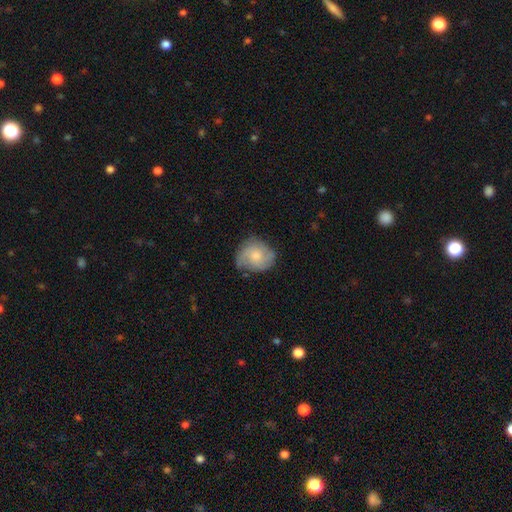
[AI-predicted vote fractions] Morphology: type=smooth (47%, tied with featured or disk); merging=none (65%).